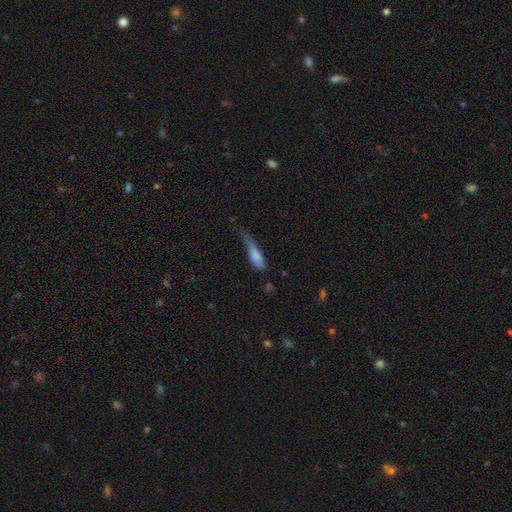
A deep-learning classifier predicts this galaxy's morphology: Smooth or featured? Predicted: smooth (p=0.75). How rounded? Predicted: cigar-shaped (p=0.52). Merging? Predicted: minor disturbance (p=0.40).